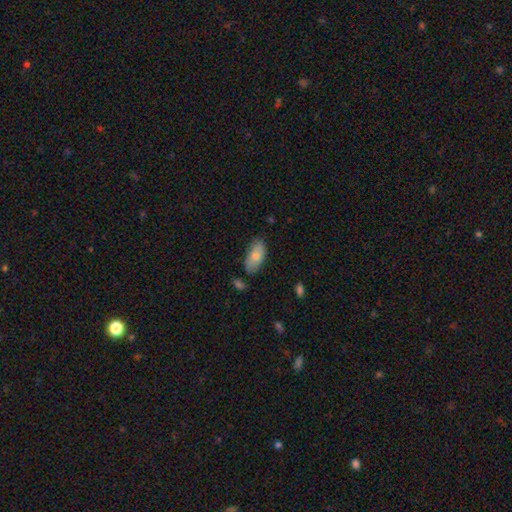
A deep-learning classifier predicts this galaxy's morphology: A smooth galaxy with no disk features (79%) that is in between round and cigar-shaped (92%).

Vote fractions:
- Smooth or featured? smooth: 79% / featured or disk: 15% / star or artifact: 6%
- How rounded? in between: 92% / cigar-shaped: 5% / round: 2%
- Merging? none: 74% / minor disturbance: 19% / major disturbance: 4% / merger: 4%